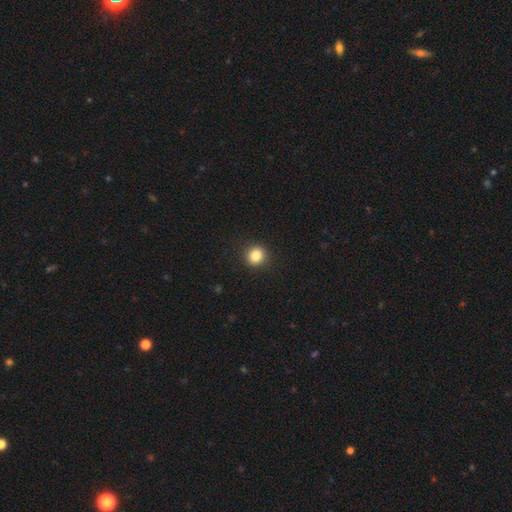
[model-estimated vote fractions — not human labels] Smooth or featured: smooth — 84% (star or artifact — 11%)
How rounded: round — 89% (in between — 10%)
Merging: none — 91% (minor disturbance — 6%)